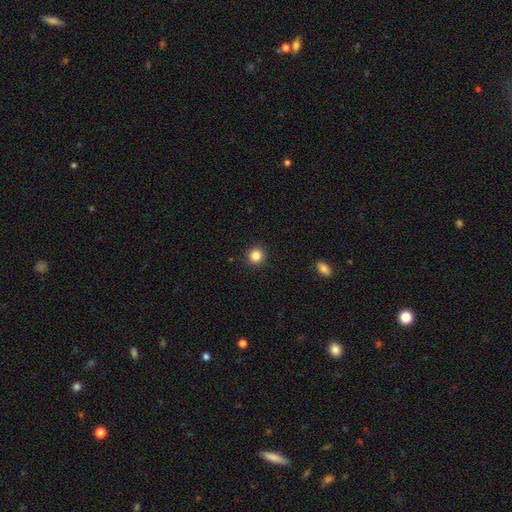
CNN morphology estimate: Q: Smooth or featured?
A: smooth (85%); runner-up: star or artifact (11%)
Q: How rounded?
A: round (94%); runner-up: in between (6%)
Q: Merging?
A: none (92%); runner-up: minor disturbance (5%)